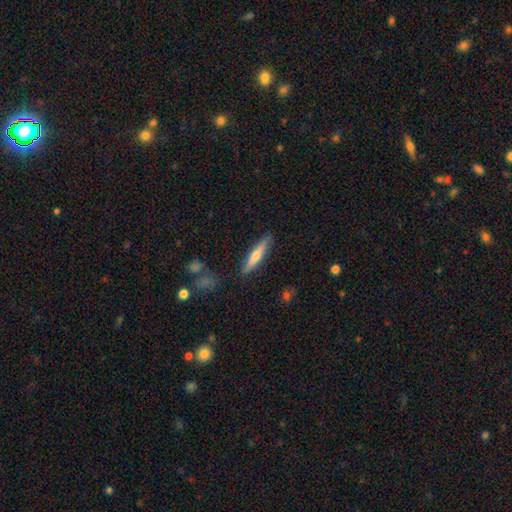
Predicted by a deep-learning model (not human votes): The model was most divided on "smooth or featured": smooth: 50%, featured or disk: 44%, star or artifact: 6%. More confident: merging — none (87%); how rounded — cigar-shaped (87%).